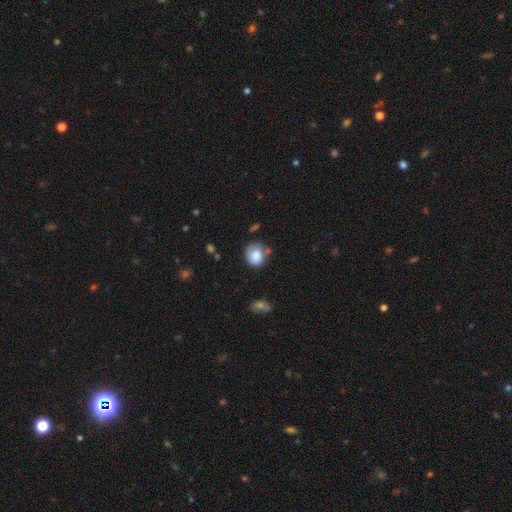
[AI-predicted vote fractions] Smooth or featured?
  - smooth: 82% *
  - featured or disk: 10%
  - star or artifact: 8%
How rounded?
  - round: 72% *
  - in between: 27%
  - cigar-shaped: 1%
Merging?
  - none: 60% *
  - minor disturbance: 26%
  - major disturbance: 8%
  - merger: 7%